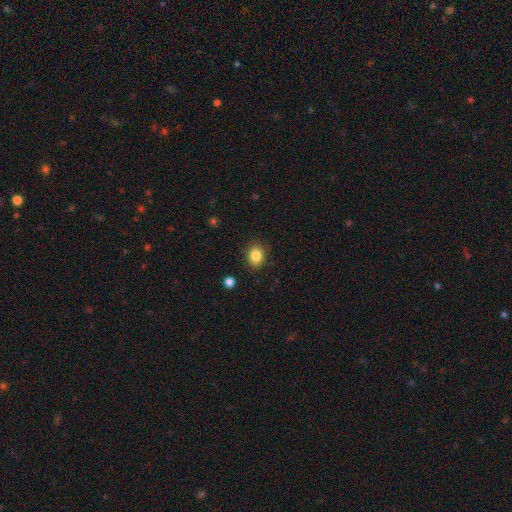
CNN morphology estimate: smooth-or-featured: smooth: 84% | star or artifact: 10% | featured or disk: 6%
  how-rounded: round: 58% | in between: 41% | cigar-shaped: 1%
  merging: none: 87% | minor disturbance: 9% | major disturbance: 2% | merger: 1%